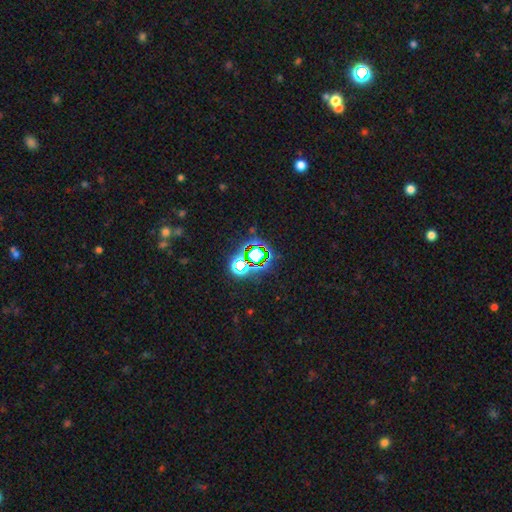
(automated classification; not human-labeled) Morphology: type=star or artifact (72%).